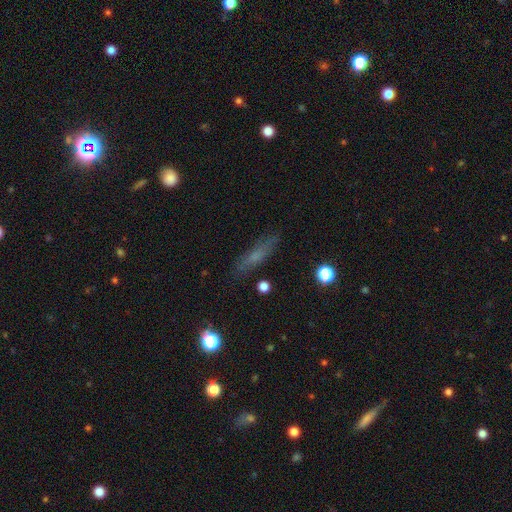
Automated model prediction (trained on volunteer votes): smooth_or_featured: smooth (p=0.57) [alt: featured or disk p=0.30]
how_rounded: cigar-shaped (p=0.76) [alt: in between p=0.21]
merging: none (p=0.82) [alt: minor disturbance p=0.12]